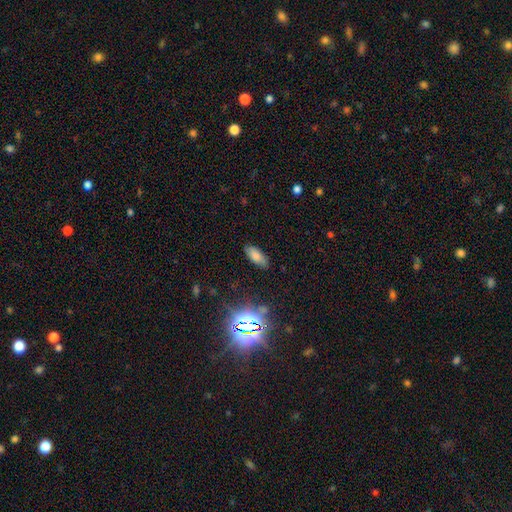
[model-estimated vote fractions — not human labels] Smooth or featured? smooth (75%)
How rounded? in between (85%)
Merging? none (85%)